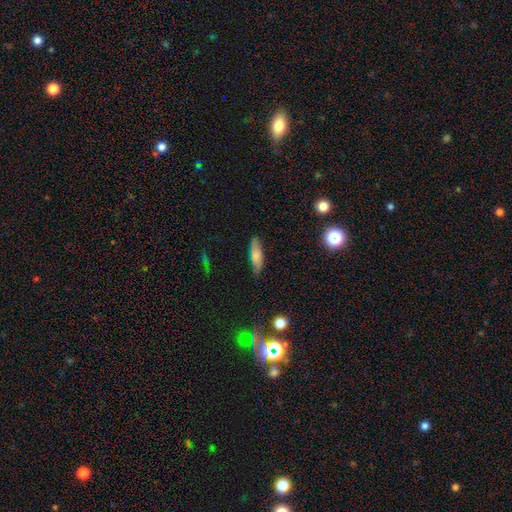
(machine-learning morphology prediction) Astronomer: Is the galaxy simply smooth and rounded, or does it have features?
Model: smooth — 76%.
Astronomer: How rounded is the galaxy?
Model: cigar-shaped — 51% (runner-up: in between, 46%).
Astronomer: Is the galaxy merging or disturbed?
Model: none — 82%.